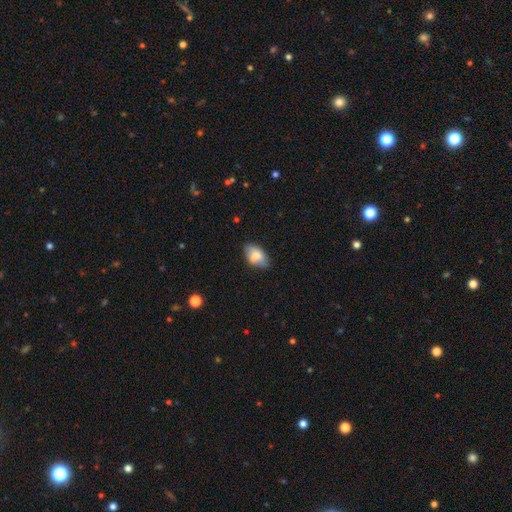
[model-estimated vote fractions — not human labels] A smooth galaxy with no disk features (73%) that is in between round and cigar-shaped (91%).

Vote fractions:
- Smooth or featured? smooth: 73% / featured or disk: 19% / star or artifact: 8%
- How rounded? in between: 91% / round: 7% / cigar-shaped: 2%
- Merging? none: 62% / minor disturbance: 27% / merger: 6% / major disturbance: 6%